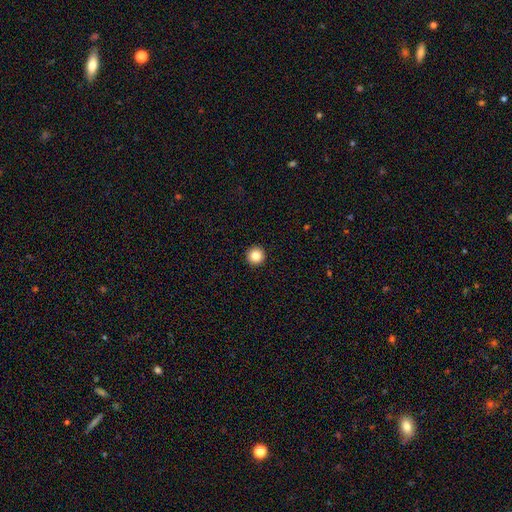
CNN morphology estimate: A smooth galaxy with no disk features (84%) that is round (97%). Merging: none (94%).